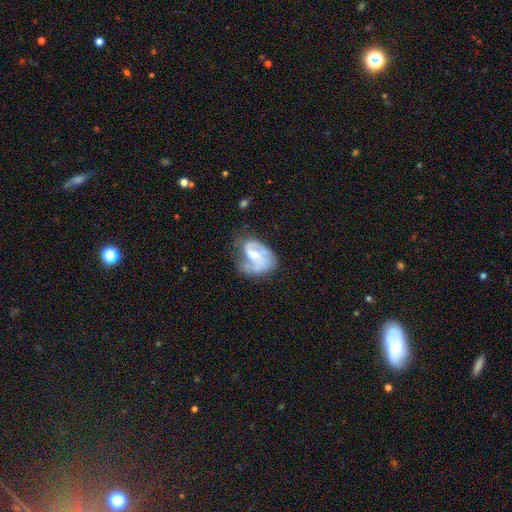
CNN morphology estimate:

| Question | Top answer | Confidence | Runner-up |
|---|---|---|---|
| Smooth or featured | featured or disk | 68% | smooth (26%) |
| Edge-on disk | no | 98% | yes (2%) |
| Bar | no | 52% | weak (39%) |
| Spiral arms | yes | 78% | no (22%) |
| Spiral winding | medium | 43% | loose (32%) |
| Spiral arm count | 2 | 46% | 1 (30%) |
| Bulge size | moderate | 40% | small (37%) |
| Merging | none | 37% | major disturbance (30%) |